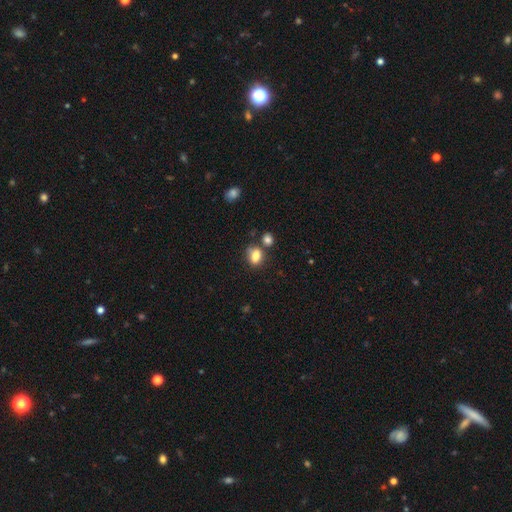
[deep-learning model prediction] Morphology: type=smooth (81%); roundness=in between (70%); merging=none (57%).